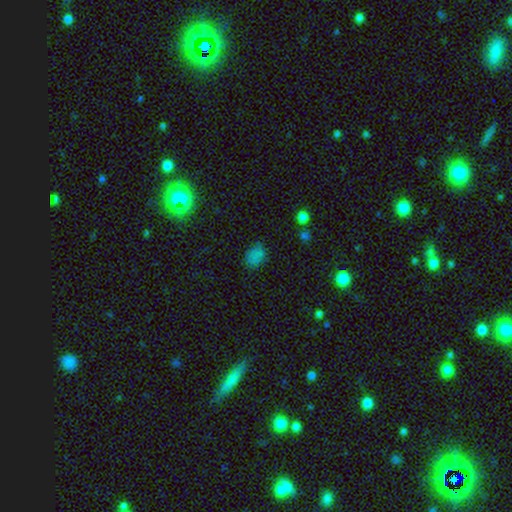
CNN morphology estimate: Smooth or featured: smooth — 72% (star or artifact — 22%)
How rounded: in between — 72% (round — 26%)
Merging: none — 66% (minor disturbance — 24%)